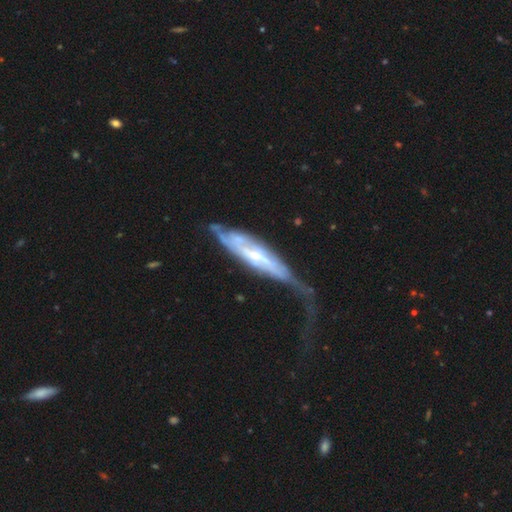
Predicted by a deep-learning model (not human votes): Smooth or featured?
  - featured or disk: 74% *
  - smooth: 19%
  - star or artifact: 7%
Edge-on disk?
  - no: 64% *
  - yes: 36%
Merging?
  - major disturbance: 48% *
  - minor disturbance: 23%
  - none: 21%
  - merger: 8%